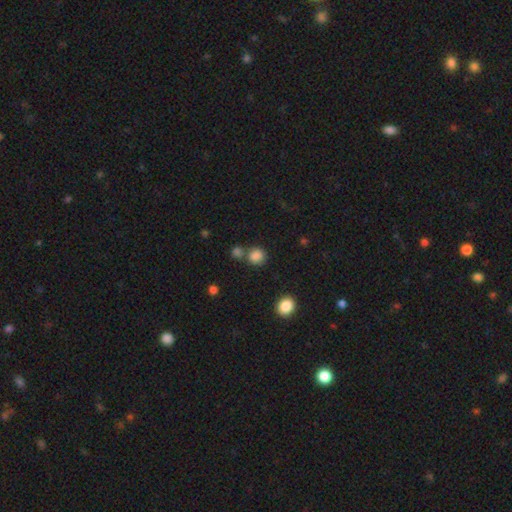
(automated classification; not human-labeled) This is clearly a smooth galaxy (83%). How rounded: clearly round (82%). Merging: likely none (61%).